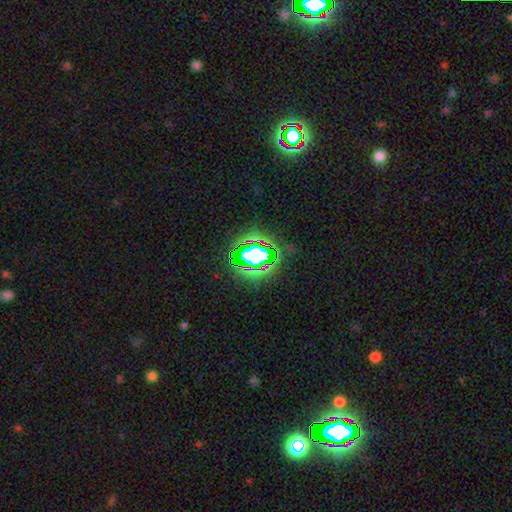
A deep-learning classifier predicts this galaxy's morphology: Smooth or featured? Predicted: star or artifact (p=0.61).